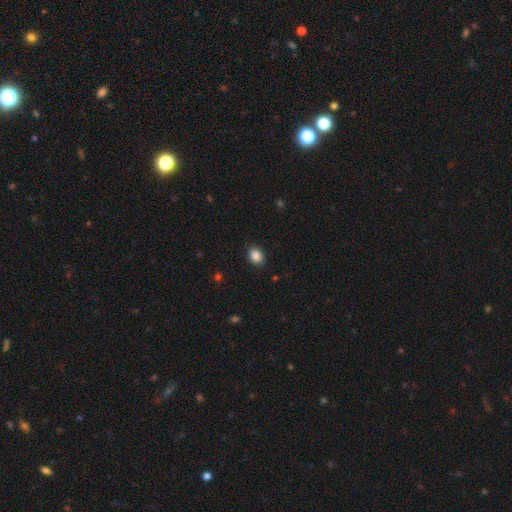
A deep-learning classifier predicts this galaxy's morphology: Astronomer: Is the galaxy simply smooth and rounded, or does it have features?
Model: smooth — 88%.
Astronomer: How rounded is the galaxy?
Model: in between — 60% (runner-up: round, 39%).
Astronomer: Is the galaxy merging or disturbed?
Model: none — 89%.